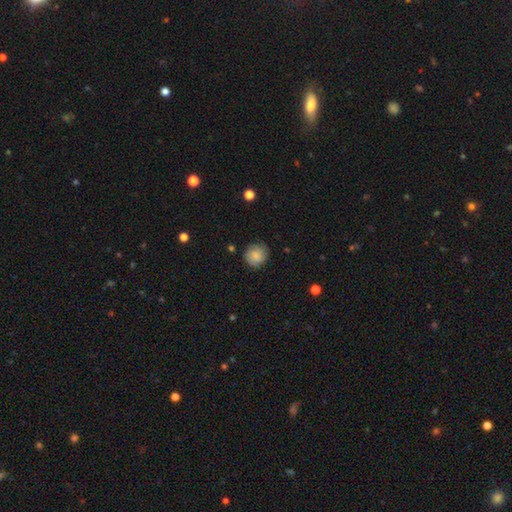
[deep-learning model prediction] Smooth or featured? smooth (70%)
How rounded? round (87%)
Merging? none (79%)